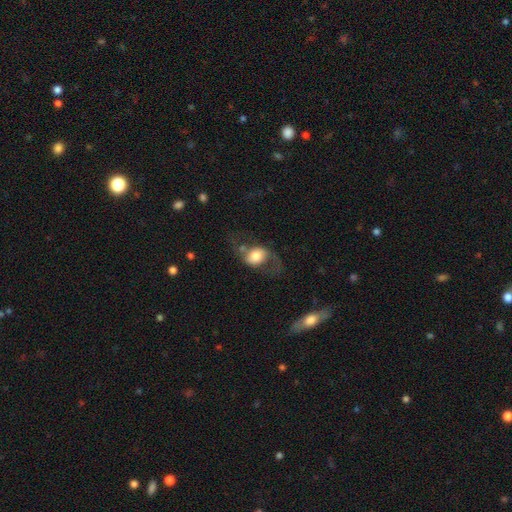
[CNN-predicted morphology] A smooth galaxy with no disk features (50%).

Vote fractions:
- Smooth or featured? smooth: 50% / featured or disk: 43% / star or artifact: 7%
- Merging? none: 41% / major disturbance: 32% / minor disturbance: 21% / merger: 6%